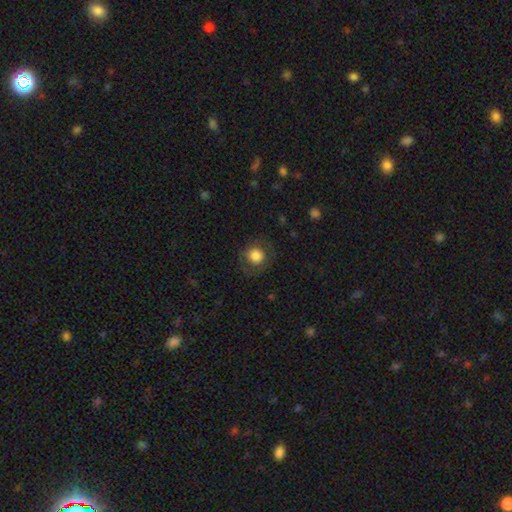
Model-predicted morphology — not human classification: This is likely a smooth galaxy (78%). How rounded: clearly round (90%). Merging: clearly none (81%).